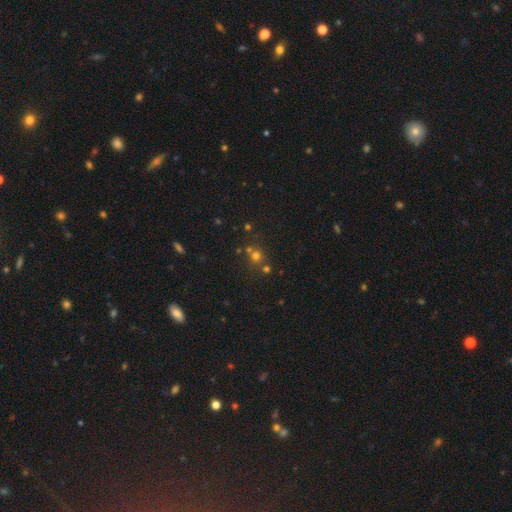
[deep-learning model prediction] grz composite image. It shows a smooth galaxy with no disk features (53%) that is round (88%). Merging: none (67%).